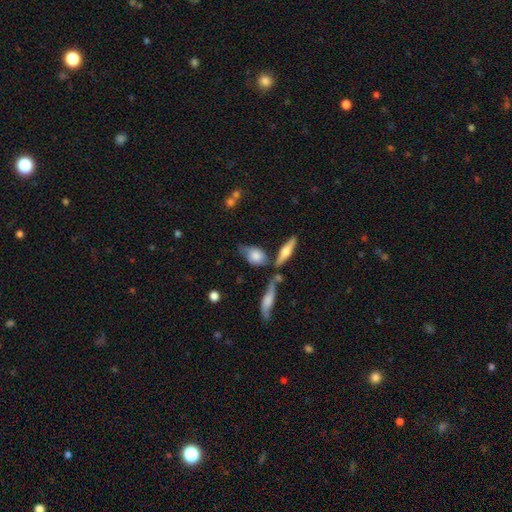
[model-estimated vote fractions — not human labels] Smooth or featured?
  - smooth: 67% *
  - featured or disk: 25%
  - star or artifact: 8%
How rounded?
  - in between: 70% *
  - round: 18%
  - cigar-shaped: 12%
Merging?
  - none: 46% *
  - minor disturbance: 28%
  - merger: 15%
  - major disturbance: 11%